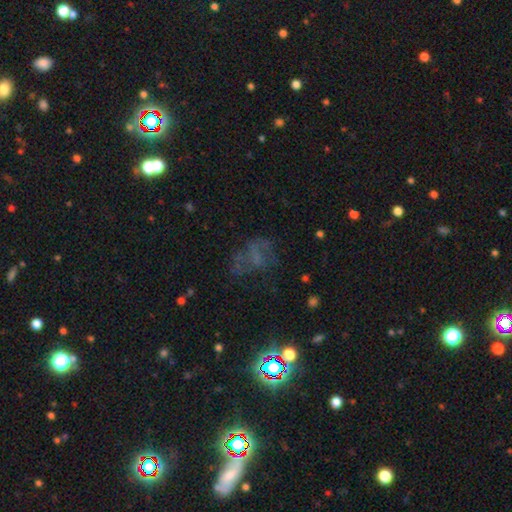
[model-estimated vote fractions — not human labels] smooth-or-featured: featured or disk: 37% | star or artifact: 33% | smooth: 30%
  merging: none: 46% | major disturbance: 30% | minor disturbance: 20% | merger: 4%